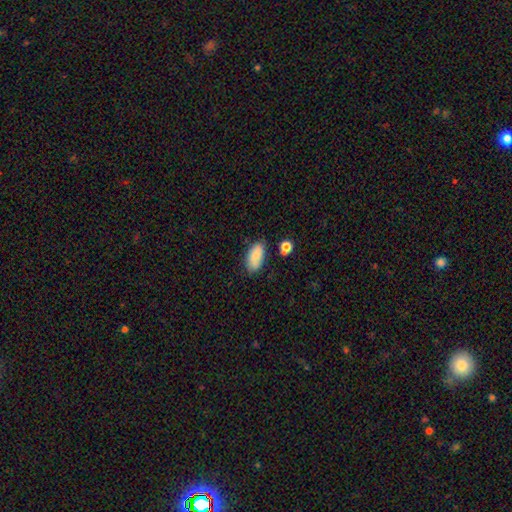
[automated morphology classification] type=smooth (82%); roundness=in between (93%); merging=none (73%).